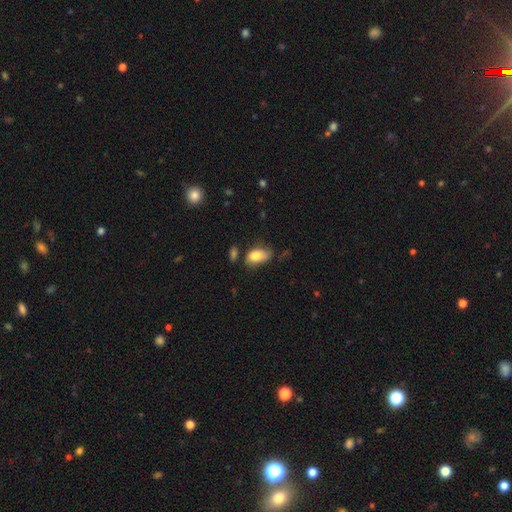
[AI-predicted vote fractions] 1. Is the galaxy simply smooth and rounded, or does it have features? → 82% smooth, 11% featured or disk, 8% star or artifact.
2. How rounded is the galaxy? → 91% in between, 7% round, 2% cigar-shaped.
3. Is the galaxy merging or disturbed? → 41% none, 37% minor disturbance, 16% major disturbance, 6% merger.